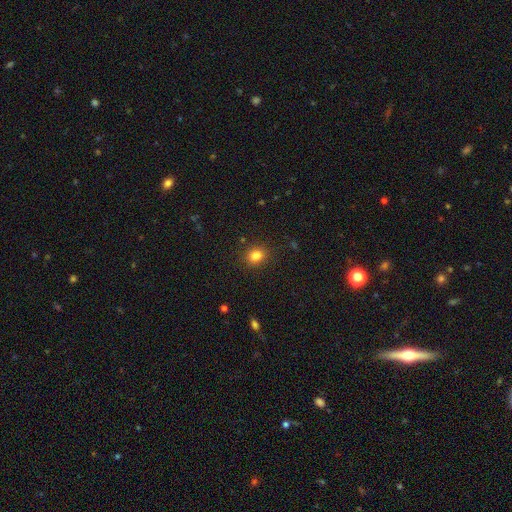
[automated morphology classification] Smooth or featured? smooth (83%)
How rounded? round (54%)
Merging? none (85%)